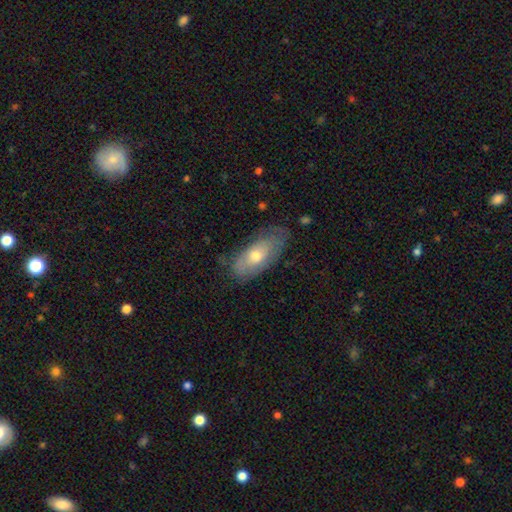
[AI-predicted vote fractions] A smooth galaxy with no disk features (58%) that is in between round and cigar-shaped (84%). Merging: none (61%).